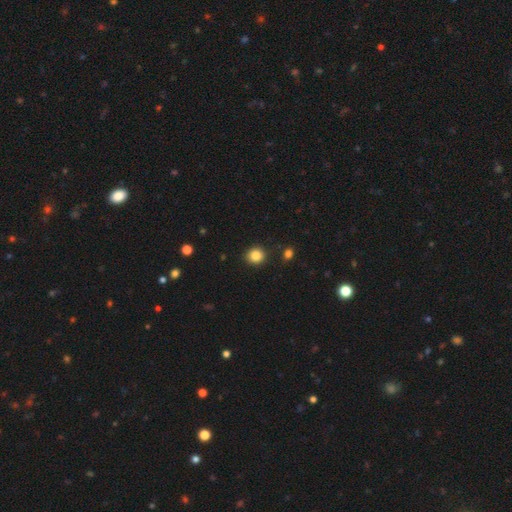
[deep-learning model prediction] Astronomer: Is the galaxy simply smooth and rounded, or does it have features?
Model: smooth — 86%.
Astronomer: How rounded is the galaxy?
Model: round — 86%.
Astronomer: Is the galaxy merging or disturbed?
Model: none — 88%.